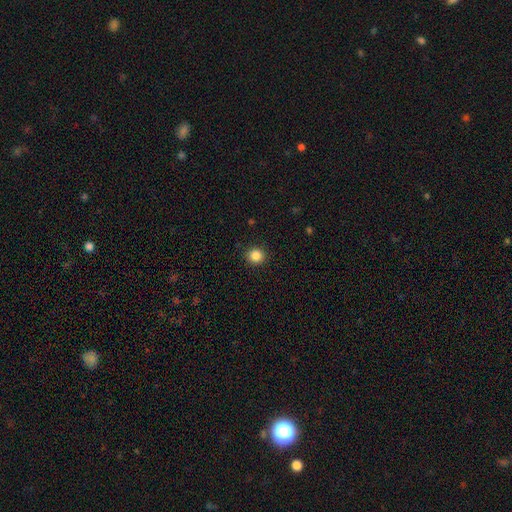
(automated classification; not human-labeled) smooth_or_featured: smooth (p=0.85) [alt: star or artifact p=0.11]
how_rounded: round (p=0.91) [alt: in between p=0.08]
merging: none (p=0.92) [alt: minor disturbance p=0.05]